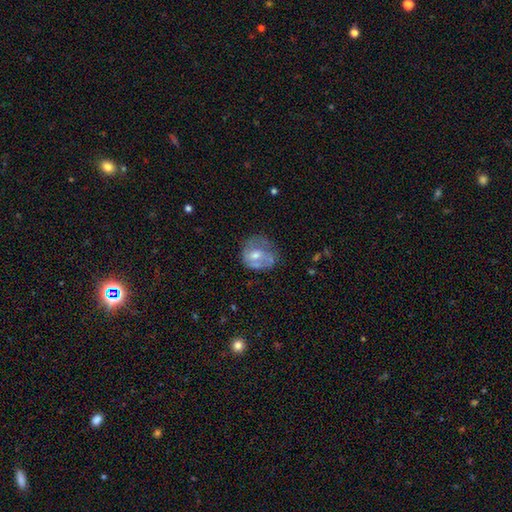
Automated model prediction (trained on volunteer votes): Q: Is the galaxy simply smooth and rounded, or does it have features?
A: featured or disk — 48%.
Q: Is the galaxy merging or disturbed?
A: none — 48%.